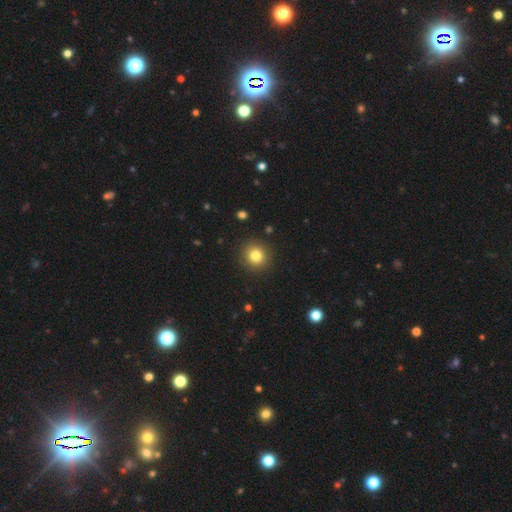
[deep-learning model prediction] A smooth galaxy with no disk features (81%) that is round (92%). Merging: none (91%).